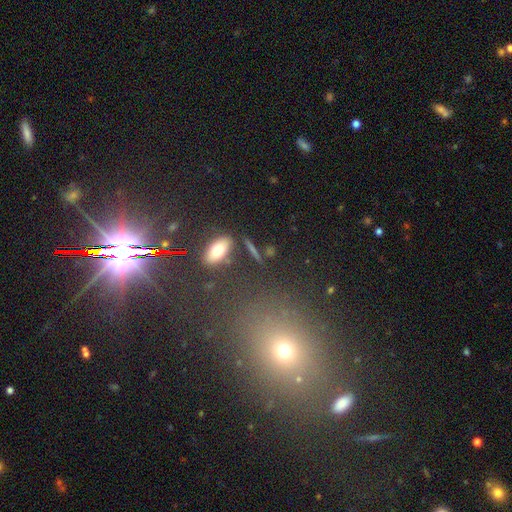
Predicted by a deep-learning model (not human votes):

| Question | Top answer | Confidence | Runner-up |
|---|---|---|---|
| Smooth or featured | smooth | 53% | featured or disk (24%) |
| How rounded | in between | 50% | cigar-shaped (35%) |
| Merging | none | 83% | minor disturbance (9%) |